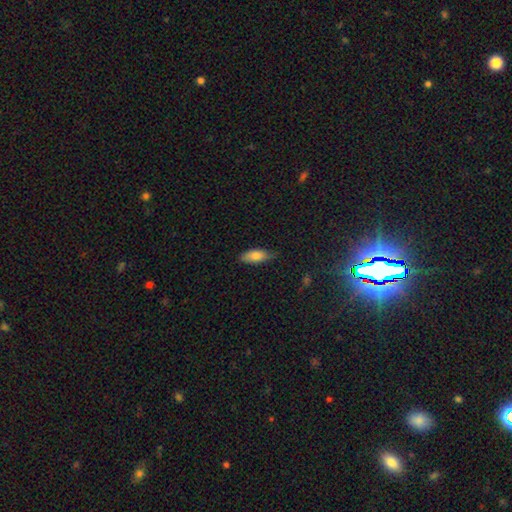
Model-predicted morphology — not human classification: Q: Smooth or featured?
A: smooth (77%); runner-up: featured or disk (16%)
Q: How rounded?
A: in between (80%); runner-up: cigar-shaped (17%)
Q: Merging?
A: none (72%); runner-up: minor disturbance (23%)